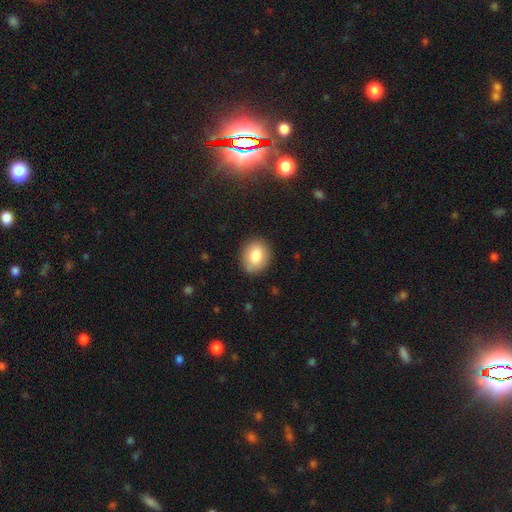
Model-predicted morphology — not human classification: Smooth or featured: smooth — 83% (featured or disk — 9%)
How rounded: round — 50% (in between — 49%)
Merging: none — 86% (minor disturbance — 11%)